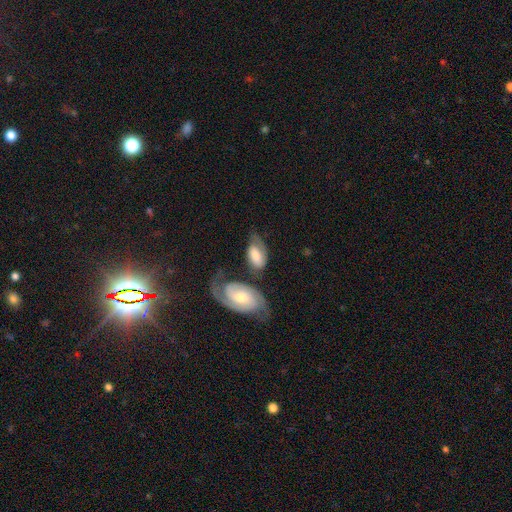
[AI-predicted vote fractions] This appears to be a smooth galaxy with no disk features (49%). Merging: none (37%).